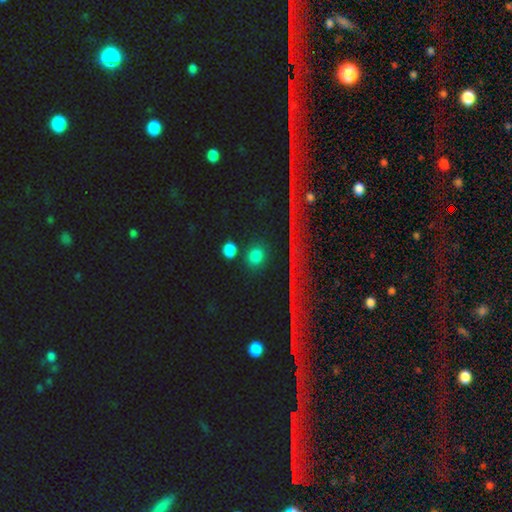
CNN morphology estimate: A smooth galaxy with no disk features (81%) that is round (85%). Merging: none (86%).